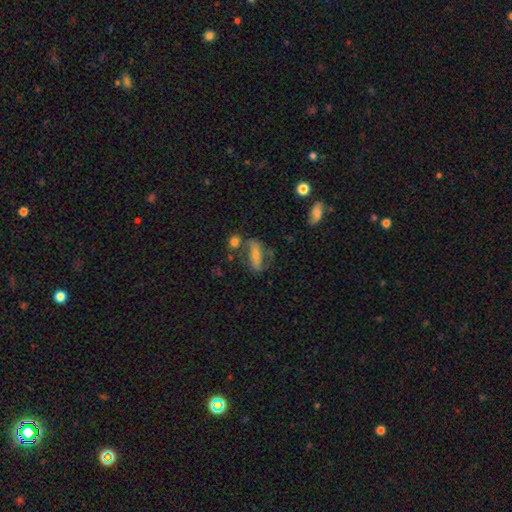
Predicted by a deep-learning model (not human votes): smooth-or-featured: featured or disk: 50% | smooth: 38% | star or artifact: 12%
  disk-edge-on: no: 75% | yes: 25%
  merging: none: 51% | minor disturbance: 19% | merger: 15% | major disturbance: 15%